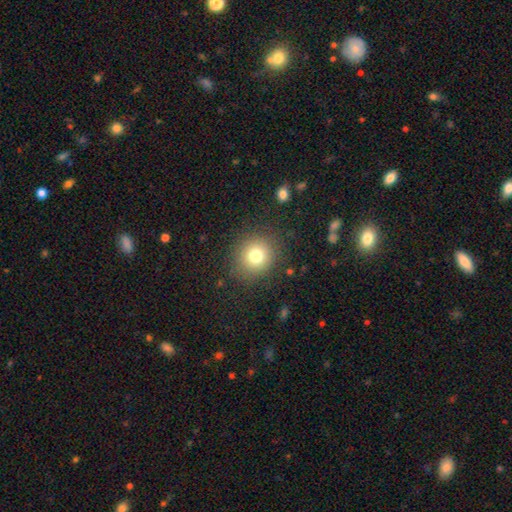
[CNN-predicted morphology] smooth 77%, star or artifact 13%, featured or disk 10%. Down the decision tree: how rounded — round (83%); merging — none (87%).